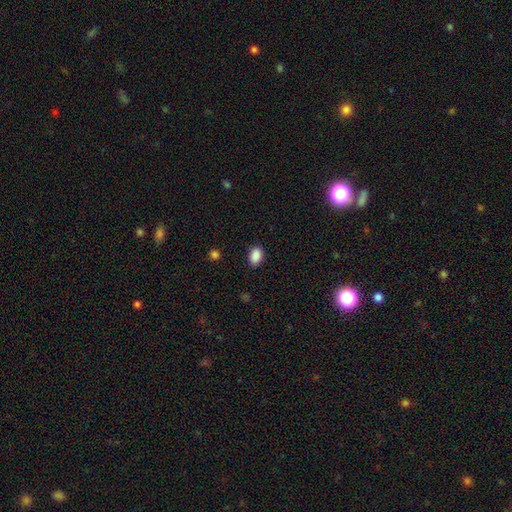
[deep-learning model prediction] Q: Smooth or featured?
A: smooth (89%); runner-up: star or artifact (8%)
Q: How rounded?
A: in between (86%); runner-up: round (13%)
Q: Merging?
A: none (87%); runner-up: minor disturbance (9%)